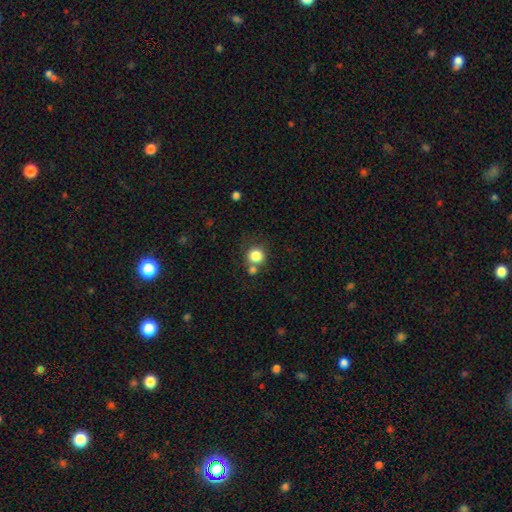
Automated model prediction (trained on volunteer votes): Smooth or featured?
  - smooth: 83% *
  - star or artifact: 11%
  - featured or disk: 6%
How rounded?
  - round: 91% *
  - in between: 8%
  - cigar-shaped: 1%
Merging?
  - none: 67% *
  - merger: 20%
  - minor disturbance: 10%
  - major disturbance: 4%